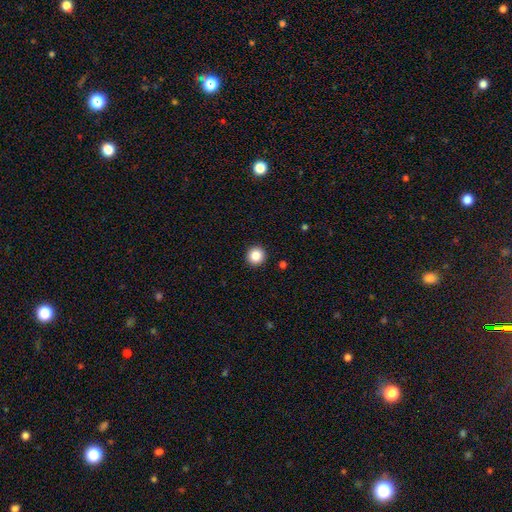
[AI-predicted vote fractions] A smooth galaxy with no disk features (87%) that is round (96%). Merging: none (93%).